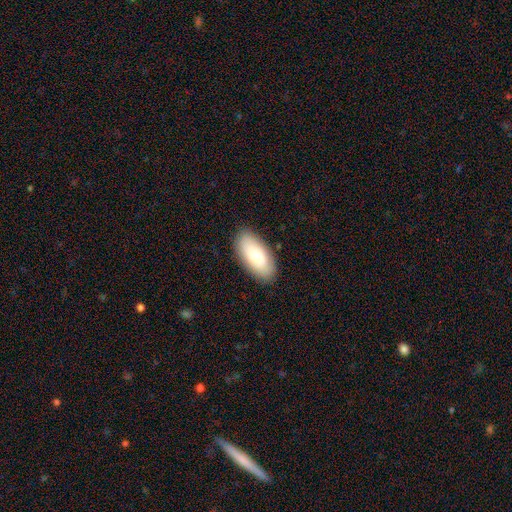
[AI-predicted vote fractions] Morphology: type=smooth (72%); roundness=in between (92%); merging=none (87%).